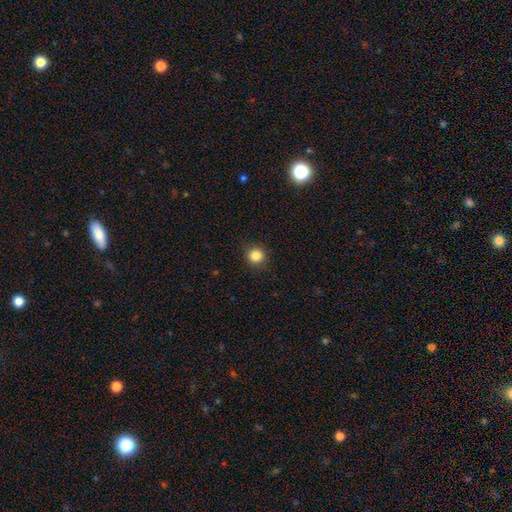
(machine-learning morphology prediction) type=smooth (84%); roundness=round (92%); merging=none (88%).